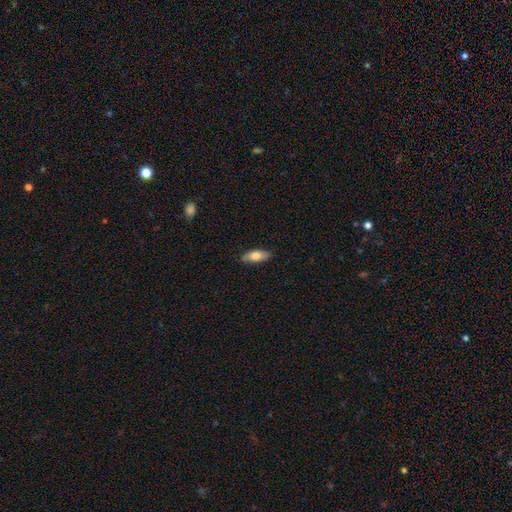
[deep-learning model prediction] smooth_or_featured: smooth (p=0.76) [alt: featured or disk p=0.18]
how_rounded: in between (p=0.80) [alt: cigar-shaped p=0.17]
merging: none (p=0.83) [alt: minor disturbance p=0.14]